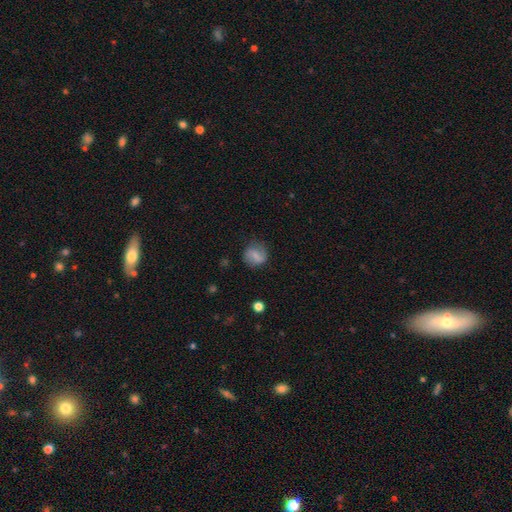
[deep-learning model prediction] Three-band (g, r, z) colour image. It shows a smooth galaxy with no disk features (52%) that is round (78%). Merging: none (76%).